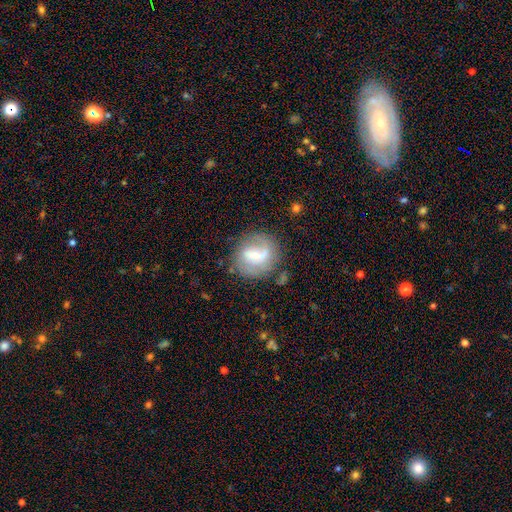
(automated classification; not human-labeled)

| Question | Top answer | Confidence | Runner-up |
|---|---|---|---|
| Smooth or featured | featured or disk | 64% | smooth (29%) |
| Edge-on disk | no | 97% | yes (3%) |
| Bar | weak | 50% | strong (28%) |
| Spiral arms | yes | 82% | no (18%) |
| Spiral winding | medium | 40% | loose (38%) |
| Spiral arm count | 2 | 61% | 1 (22%) |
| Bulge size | small | 40% | moderate (34%) |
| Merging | none | 66% | minor disturbance (18%) |